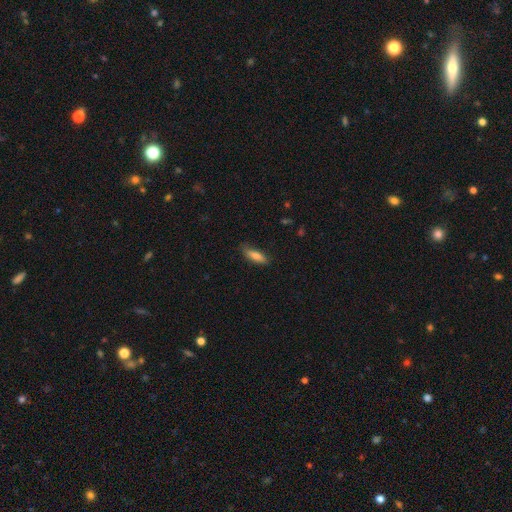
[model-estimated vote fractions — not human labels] smooth-or-featured: smooth: 80% | featured or disk: 13% | star or artifact: 7%
  how-rounded: in between: 50% | cigar-shaped: 48% | round: 2%
  merging: none: 74% | minor disturbance: 21% | major disturbance: 4% | merger: 1%